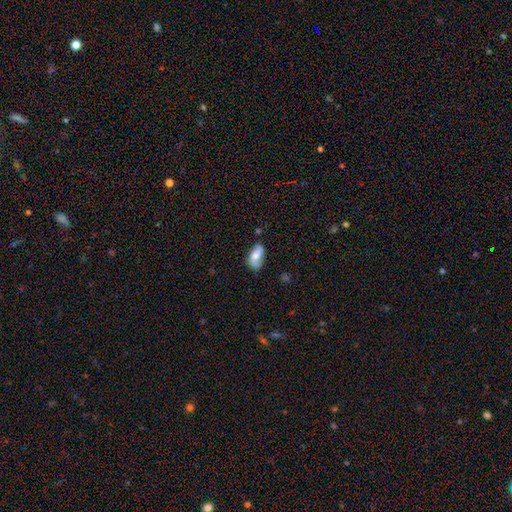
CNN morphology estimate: The model was most divided on "merging": none: 62%, minor disturbance: 28%, major disturbance: 7%, merger: 3%. More confident: how rounded — in between (92%); smooth or featured — smooth (65%).